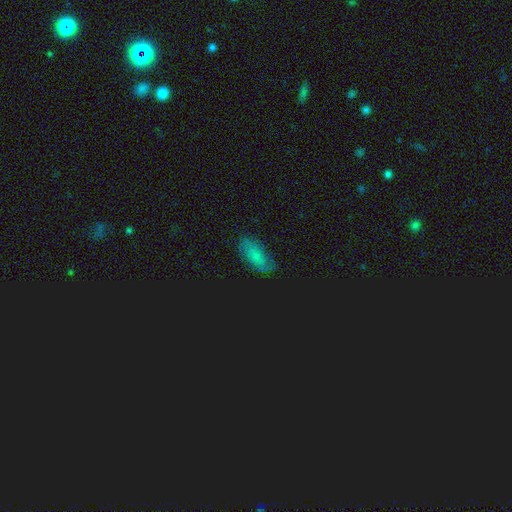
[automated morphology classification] Smooth or featured: smooth — 47% (star or artifact — 27%)
Merging: none — 70% (minor disturbance — 21%)